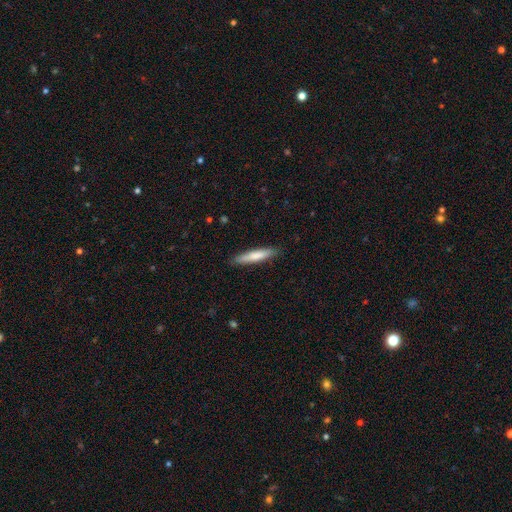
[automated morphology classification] smooth-or-featured: smooth: 75% | featured or disk: 20% | star or artifact: 5%
  how-rounded: cigar-shaped: 89% | in between: 10% | round: 1%
  merging: none: 88% | minor disturbance: 9% | major disturbance: 2% | merger: 1%